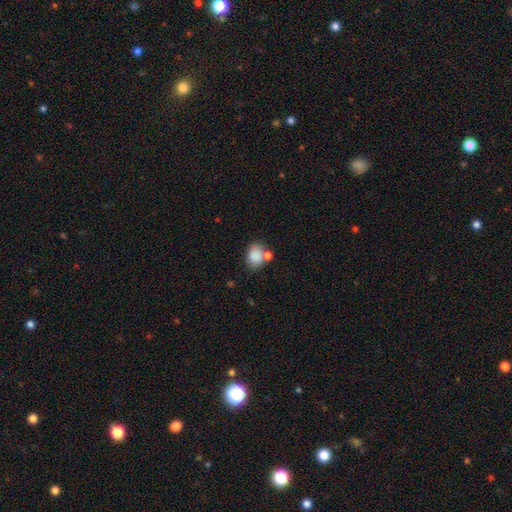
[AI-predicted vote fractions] Smooth or featured? Predicted: smooth (p=0.84). How rounded? Predicted: in between (p=0.58). Merging? Predicted: none (p=0.55).